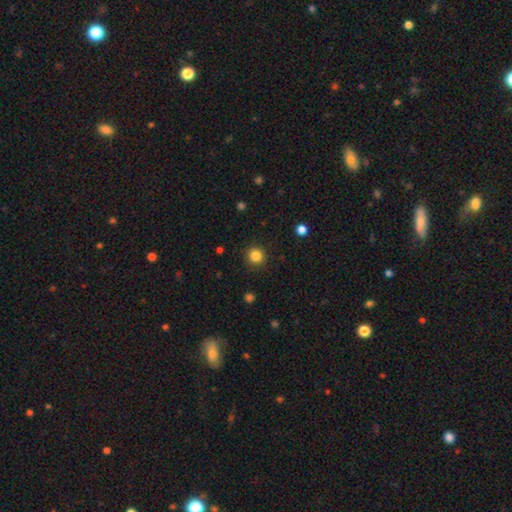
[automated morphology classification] Smooth or featured: smooth — 84% (star or artifact — 12%)
How rounded: round — 94% (in between — 5%)
Merging: none — 91% (minor disturbance — 6%)